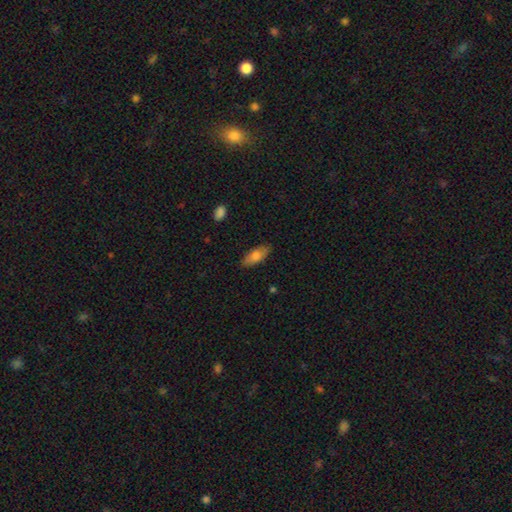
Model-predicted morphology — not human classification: smooth_or_featured: smooth (p=0.74) [alt: featured or disk p=0.20]
how_rounded: in between (p=0.78) [alt: cigar-shaped p=0.19]
merging: none (p=0.85) [alt: minor disturbance p=0.12]